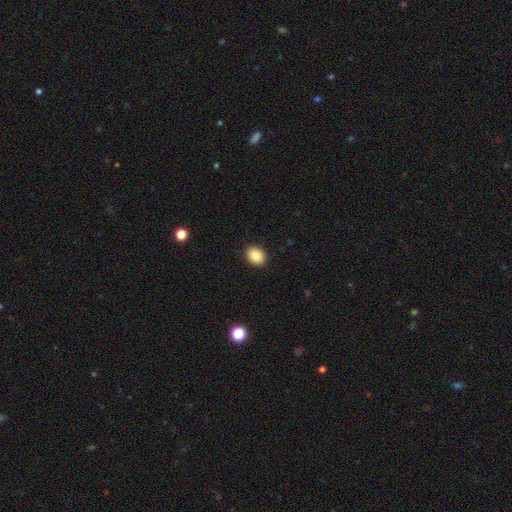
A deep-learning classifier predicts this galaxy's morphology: Smooth or featured? Predicted: smooth (p=0.88). How rounded? Predicted: in between (p=0.57). Merging? Predicted: none (p=0.91).